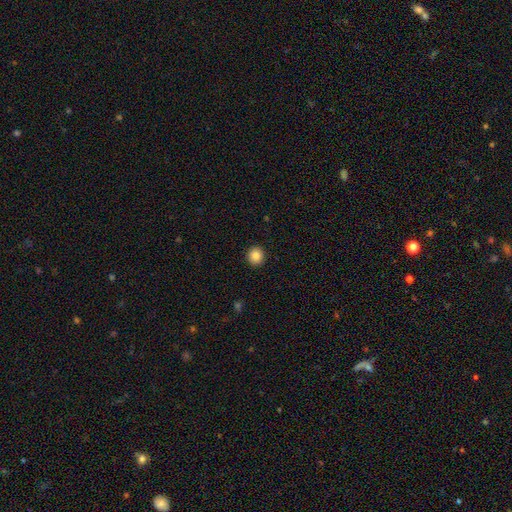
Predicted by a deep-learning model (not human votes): A smooth galaxy with no disk features (85%) that is round (91%).

Vote fractions:
- Smooth or featured? smooth: 85% / star or artifact: 10% / featured or disk: 6%
- How rounded? round: 91% / in between: 8% / cigar-shaped: 1%
- Merging? none: 93% / minor disturbance: 5% / major disturbance: 2% / merger: 1%